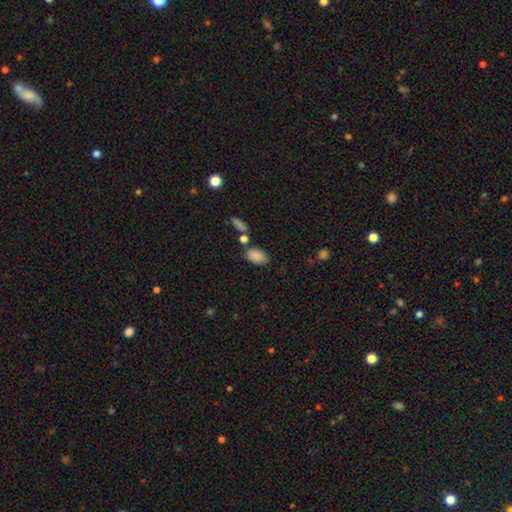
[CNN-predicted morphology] This is clearly a smooth galaxy (87%). How rounded: clearly in between (90%). Merging: likely none (72%).